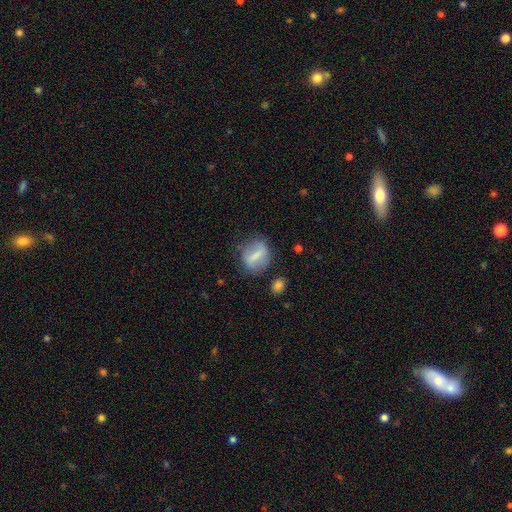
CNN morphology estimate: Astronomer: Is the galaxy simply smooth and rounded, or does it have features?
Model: smooth — 56% (runner-up: featured or disk, 36%).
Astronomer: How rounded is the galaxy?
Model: in between — 50% (runner-up: round, 45%).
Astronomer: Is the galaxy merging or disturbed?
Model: none — 70%.